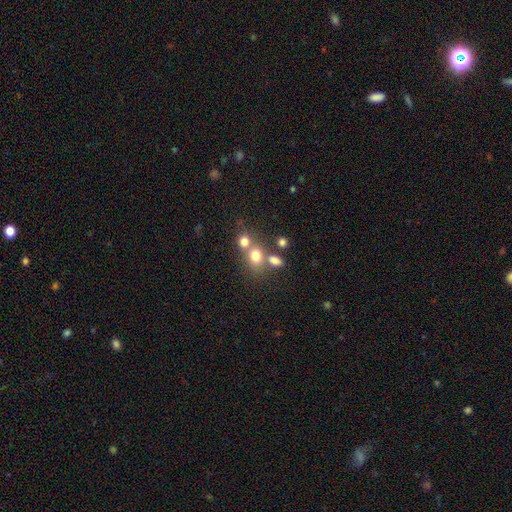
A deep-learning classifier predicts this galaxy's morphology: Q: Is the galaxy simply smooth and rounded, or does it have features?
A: smooth — 72%.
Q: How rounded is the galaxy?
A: round — 60%.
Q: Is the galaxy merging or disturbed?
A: merger — 45%.